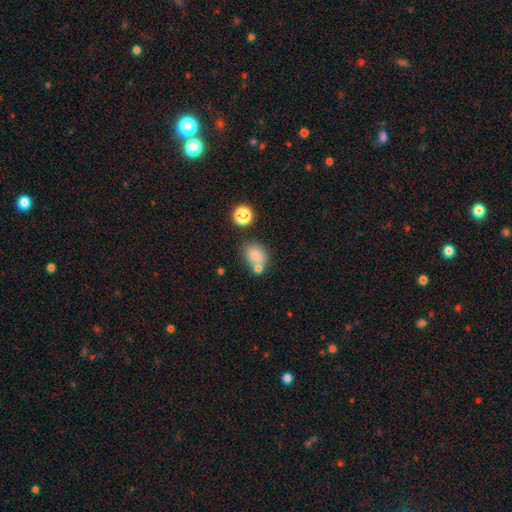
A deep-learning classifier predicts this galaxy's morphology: Smooth or featured: smooth — 78% (star or artifact — 11%)
How rounded: in between — 59% (round — 40%)
Merging: none — 54% (merger — 27%)